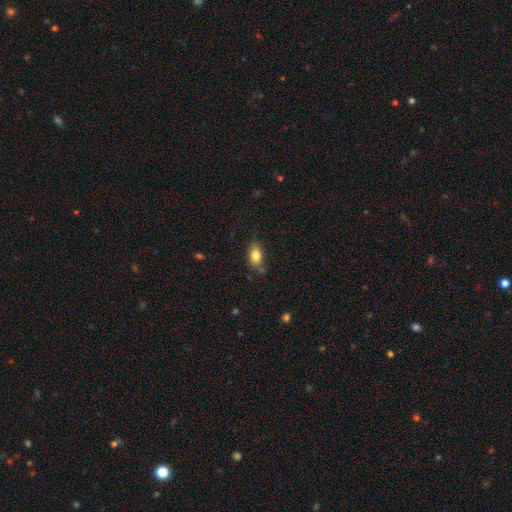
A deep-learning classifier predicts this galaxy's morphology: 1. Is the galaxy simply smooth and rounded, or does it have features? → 81% smooth, 10% featured or disk, 8% star or artifact.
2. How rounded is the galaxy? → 86% in between, 10% round, 4% cigar-shaped.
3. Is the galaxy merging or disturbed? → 72% none, 19% minor disturbance, 5% merger, 4% major disturbance.